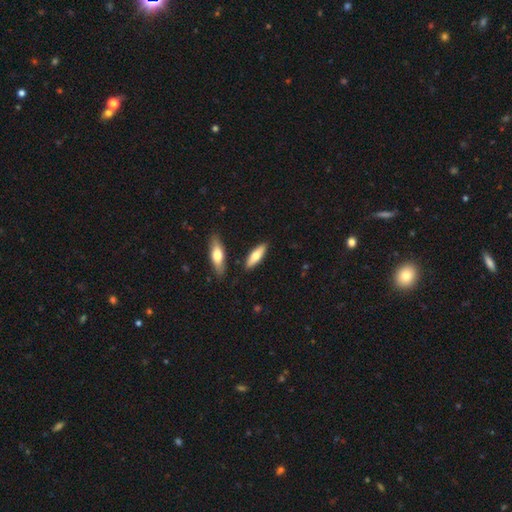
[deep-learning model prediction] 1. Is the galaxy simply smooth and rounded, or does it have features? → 66% smooth, 28% featured or disk, 6% star or artifact.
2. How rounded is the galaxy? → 57% cigar-shaped, 41% in between, 2% round.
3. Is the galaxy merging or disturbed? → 85% none, 9% minor disturbance, 5% merger, 2% major disturbance.